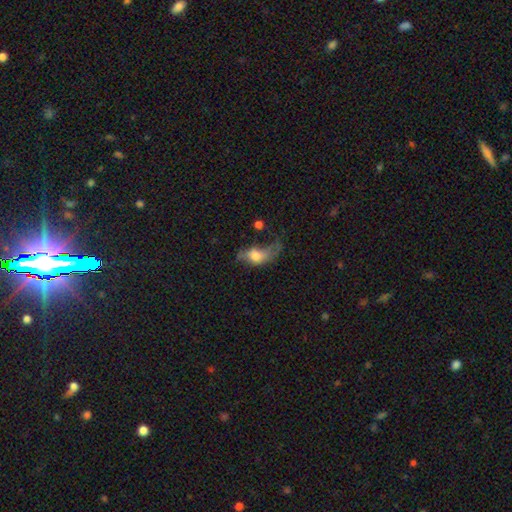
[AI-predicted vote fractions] Smooth or featured? smooth (57%)
How rounded? in between (77%)
Merging? major disturbance (51%)